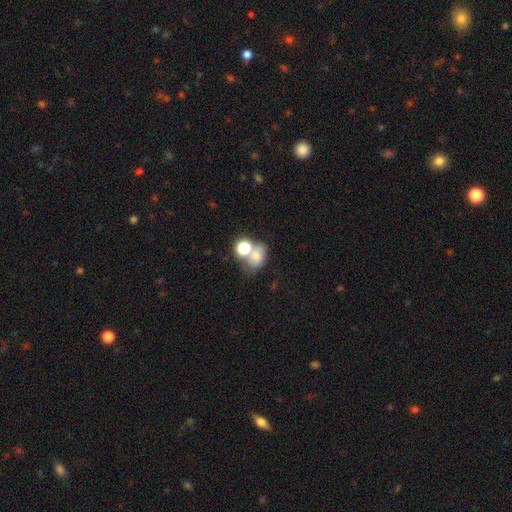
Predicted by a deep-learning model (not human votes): Smooth or featured?
  - smooth: 67% *
  - featured or disk: 18%
  - star or artifact: 15%
How rounded?
  - in between: 57% *
  - round: 42%
  - cigar-shaped: 1%
Merging?
  - merger: 45% *
  - none: 35%
  - minor disturbance: 12%
  - major disturbance: 8%